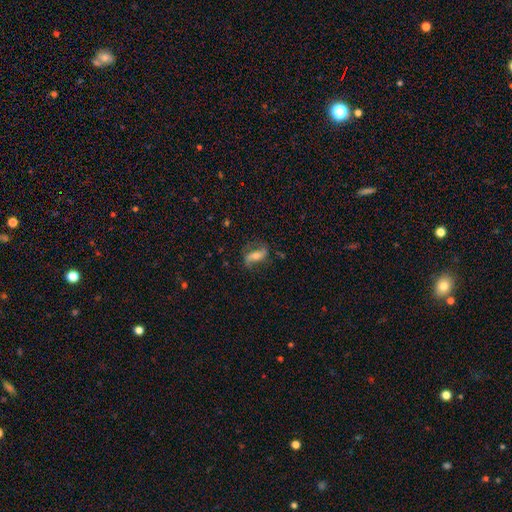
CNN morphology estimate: Smooth or featured: featured or disk — 67% (smooth — 25%)
Edge-on disk: no — 89% (yes — 11%)
Bar: strong — 38% (no — 32%)
Spiral arms: yes — 88% (no — 12%)
Spiral winding: loose — 60% (medium — 29%)
Spiral arm count: 2 — 87% (can't tell — 5%)
Bulge size: moderate — 55% (small — 33%)
Merging: none — 70% (minor disturbance — 18%)